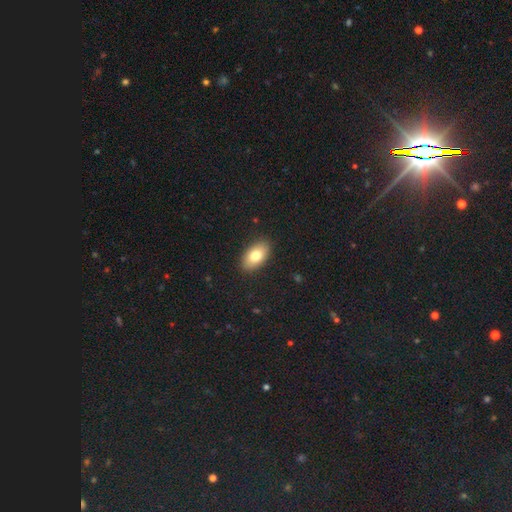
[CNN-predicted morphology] Smooth or featured? smooth (78%)
How rounded? in between (93%)
Merging? none (89%)